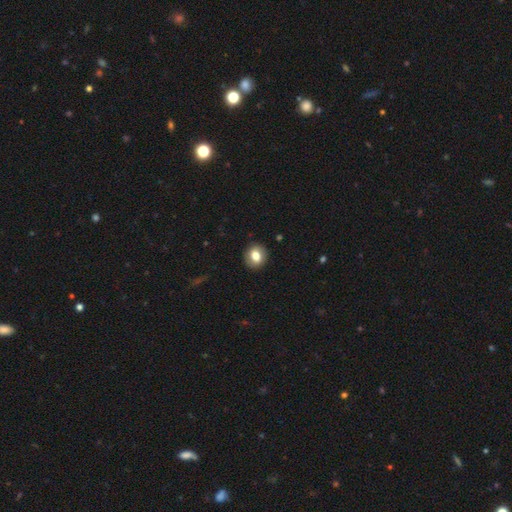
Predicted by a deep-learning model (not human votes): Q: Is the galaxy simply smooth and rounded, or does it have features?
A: smooth — 76%.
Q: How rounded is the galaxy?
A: round — 70%.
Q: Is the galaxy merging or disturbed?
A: none — 89%.